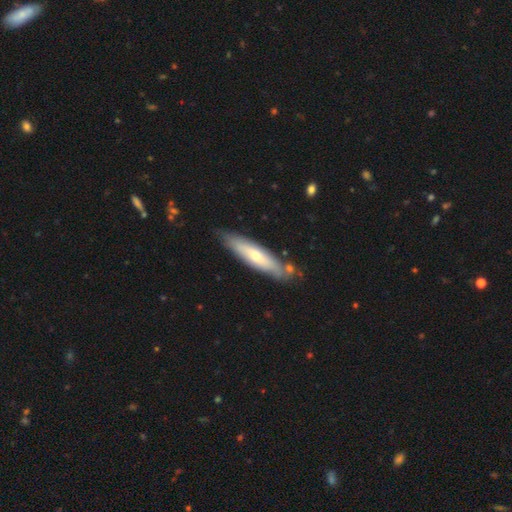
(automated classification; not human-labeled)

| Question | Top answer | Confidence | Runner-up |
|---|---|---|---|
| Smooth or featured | smooth | 48% | featured or disk (47%) |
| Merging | none | 79% | minor disturbance (14%) |